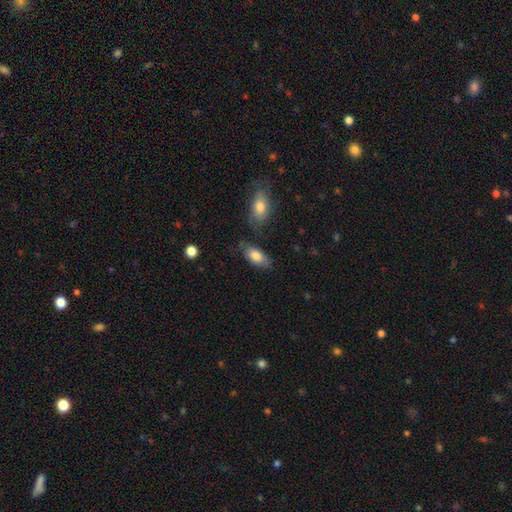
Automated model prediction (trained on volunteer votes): A smooth galaxy with no disk features (81%) that is in between round and cigar-shaped (91%). Merging: none (67%).